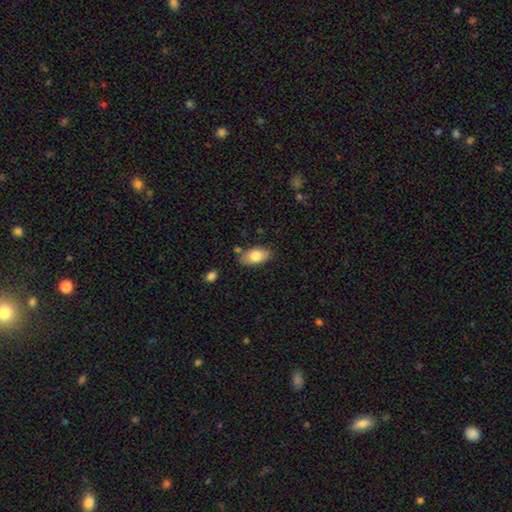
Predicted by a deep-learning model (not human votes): This appears to be a smooth galaxy with no disk features (80%) that is in between round and cigar-shaped (93%). Merging: none (80%).